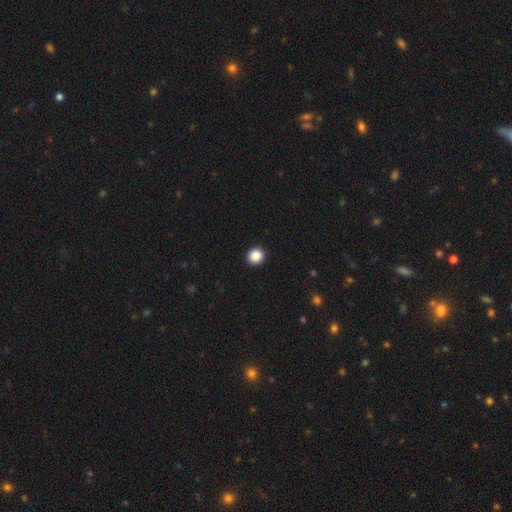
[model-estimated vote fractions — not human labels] Overall: smooth (88%). How rounded: round (91%). Merging: none (93%).